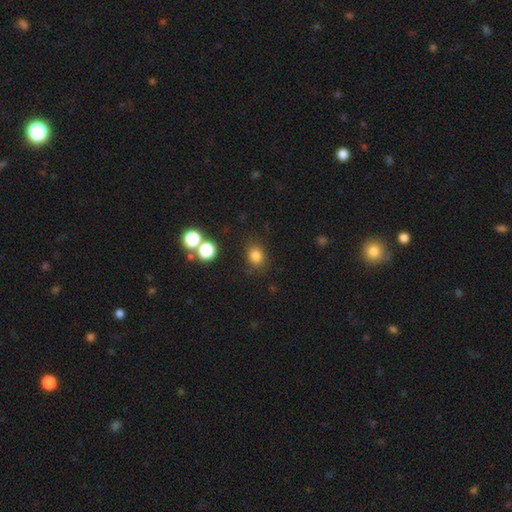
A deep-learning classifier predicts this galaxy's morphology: Smooth or featured: smooth — 81% (star or artifact — 13%)
How rounded: round — 58% (in between — 41%)
Merging: none — 80% (minor disturbance — 12%)